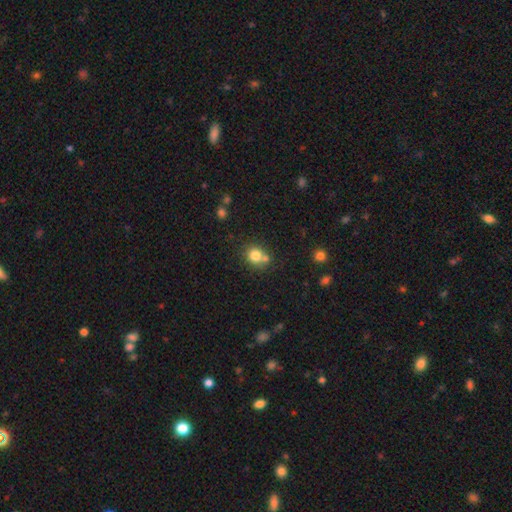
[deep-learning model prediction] Smooth or featured: smooth — 79% (star or artifact — 12%)
How rounded: round — 82% (in between — 17%)
Merging: none — 57% (merger — 30%)